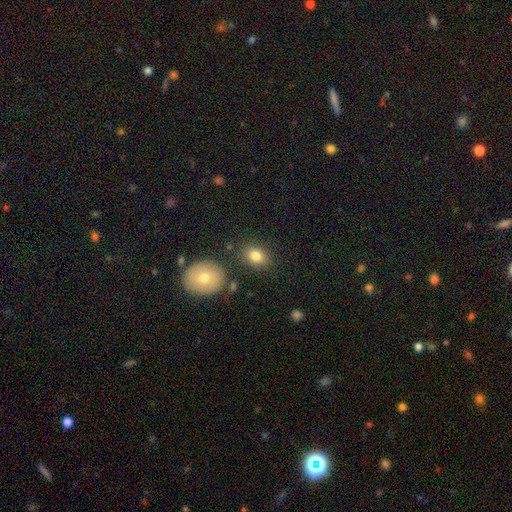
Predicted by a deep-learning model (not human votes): The model was most divided on "how rounded": in between: 66%, round: 33%, cigar-shaped: 1%. More confident: smooth or featured — smooth (81%); merging — none (79%).